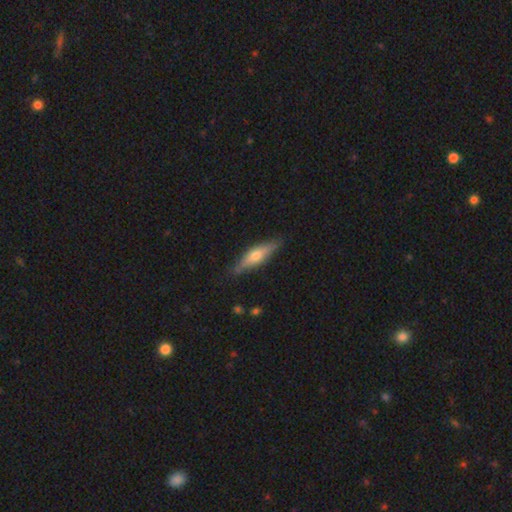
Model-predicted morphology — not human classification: Smooth or featured: featured or disk — 50% (smooth — 44%)
Edge-on disk: yes — 88% (no — 12%)
Merging: none — 82% (minor disturbance — 14%)